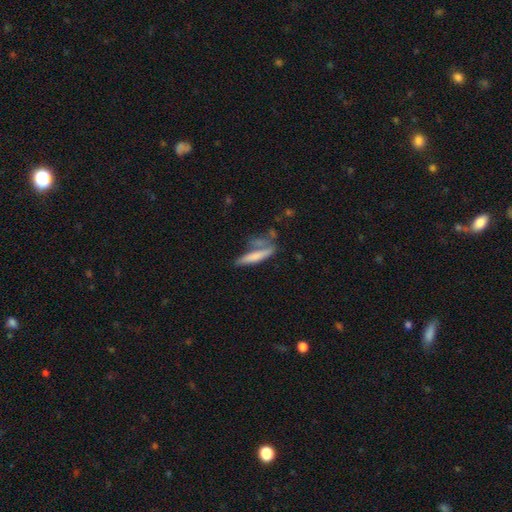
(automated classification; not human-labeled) Overall: smooth (69%). How rounded: cigar-shaped (86%). Merging: none (55%; merger 19%).